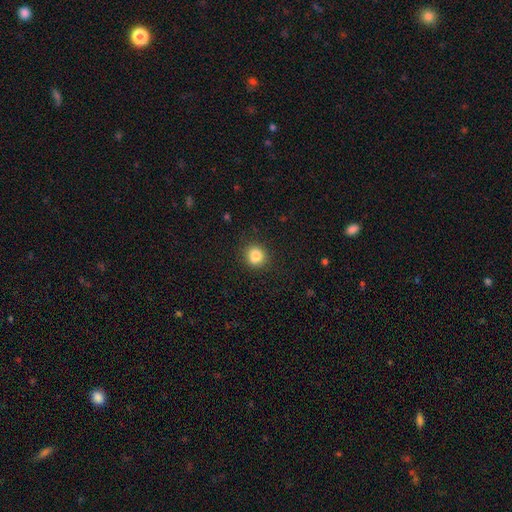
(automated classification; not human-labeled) Smooth or featured?
  - smooth: 84% *
  - star or artifact: 11%
  - featured or disk: 5%
How rounded?
  - round: 80% *
  - in between: 19%
  - cigar-shaped: 1%
Merging?
  - none: 79% *
  - minor disturbance: 13%
  - merger: 5%
  - major disturbance: 4%